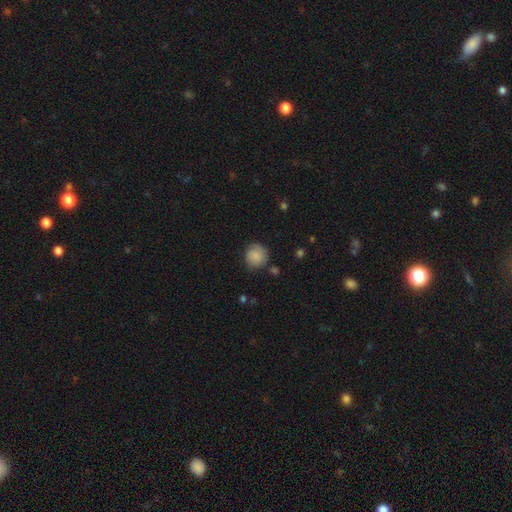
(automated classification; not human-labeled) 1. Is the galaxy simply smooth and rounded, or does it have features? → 83% smooth, 9% featured or disk, 8% star or artifact.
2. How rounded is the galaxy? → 89% round, 10% in between, 1% cigar-shaped.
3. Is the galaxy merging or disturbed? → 73% none, 19% minor disturbance, 5% major disturbance, 3% merger.